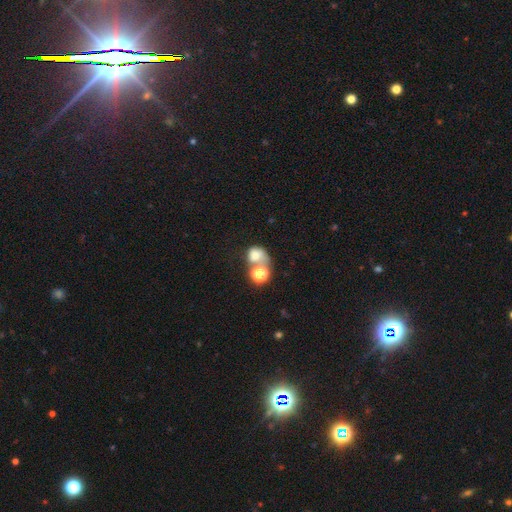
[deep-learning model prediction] smooth-or-featured: smooth: 64% | featured or disk: 20% | star or artifact: 16%
  how-rounded: round: 60% | in between: 39% | cigar-shaped: 1%
  merging: merger: 51% | none: 26% | major disturbance: 13% | minor disturbance: 11%